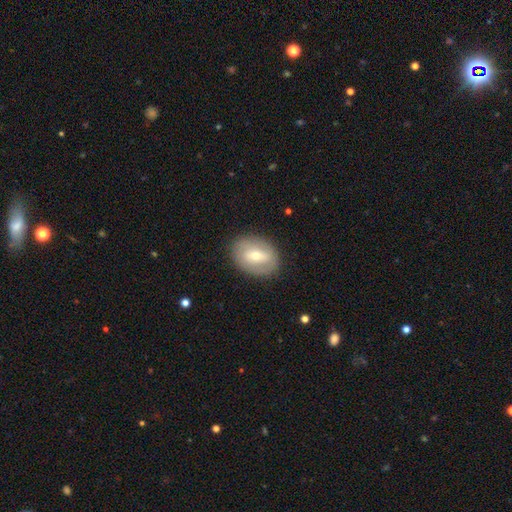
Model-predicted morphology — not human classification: smooth 49%, featured or disk 43%, star or artifact 7%. Down the decision tree: merging — none (84%).